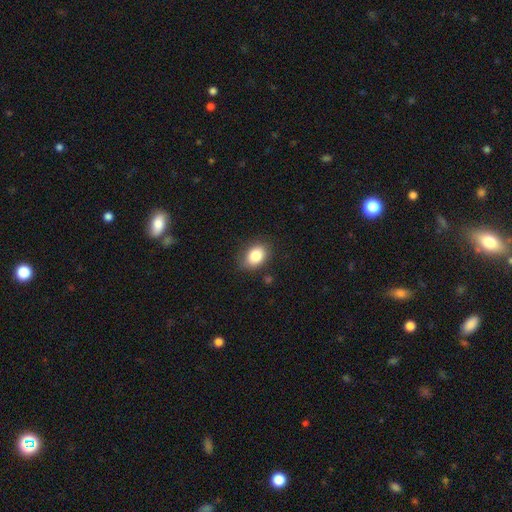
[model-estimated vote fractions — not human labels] Morphology: type=smooth (84%); roundness=in between (75%); merging=none (80%).